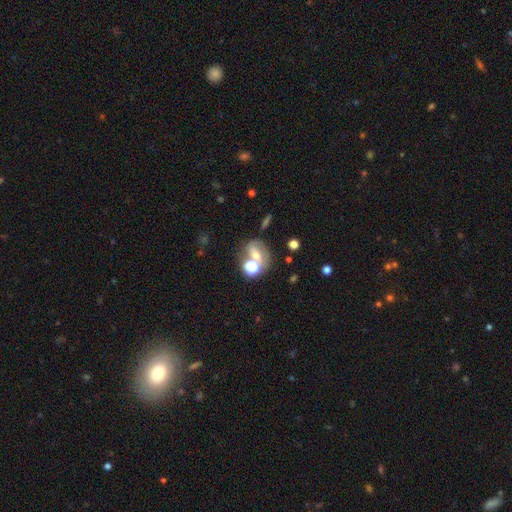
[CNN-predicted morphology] type=smooth (48%); merging=none (41%).